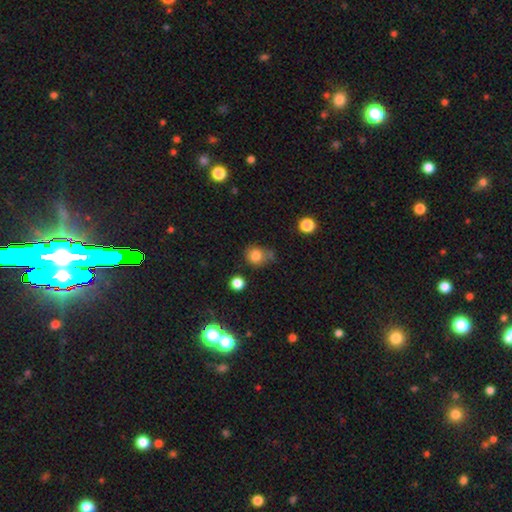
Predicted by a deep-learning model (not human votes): smooth-or-featured: smooth: 80% | star or artifact: 12% | featured or disk: 8%
  how-rounded: round: 75% | in between: 24% | cigar-shaped: 1%
  merging: none: 54% | minor disturbance: 28% | major disturbance: 9% | merger: 9%